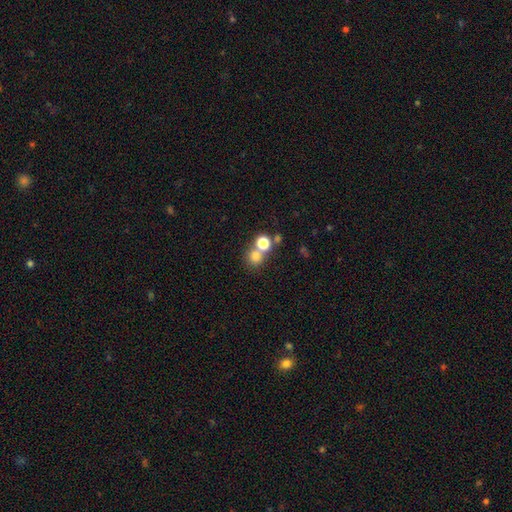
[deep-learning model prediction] Overall: smooth (74%). How rounded: round (86%). Merging: none (52%; merger 38%).